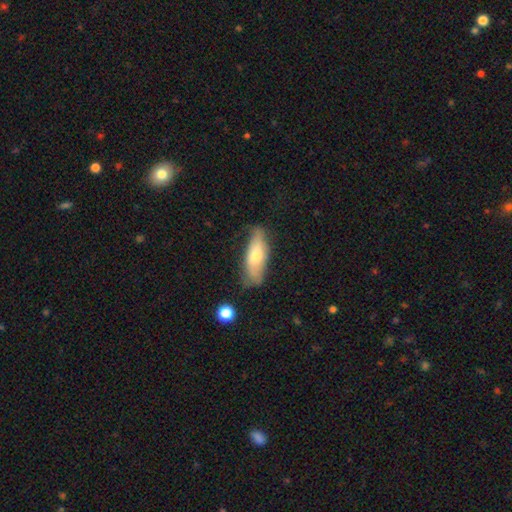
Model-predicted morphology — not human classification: A smooth galaxy with no disk features (66%) that is in between round and cigar-shaped (61%). Merging: none (63%).